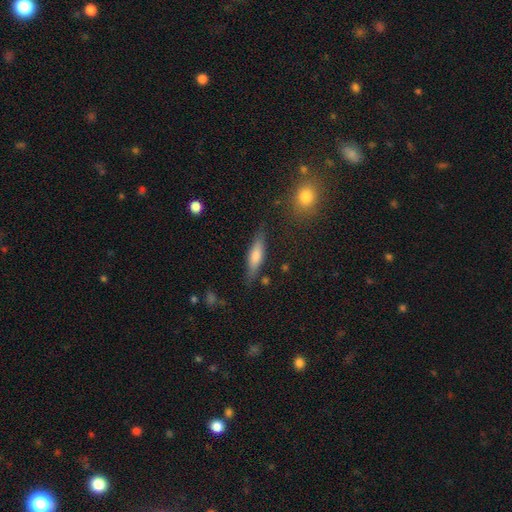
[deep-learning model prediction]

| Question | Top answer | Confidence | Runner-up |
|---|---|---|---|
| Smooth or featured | smooth | 60% | featured or disk (33%) |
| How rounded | cigar-shaped | 66% | in between (31%) |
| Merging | none | 79% | minor disturbance (14%) |